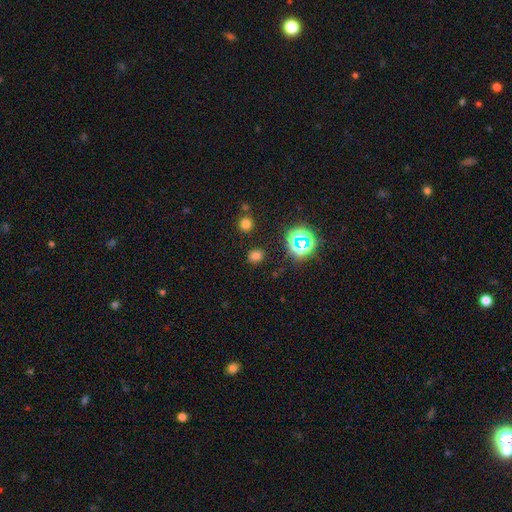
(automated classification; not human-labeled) Morphology: type=smooth (67%); roundness=round (63%); merging=none (86%).